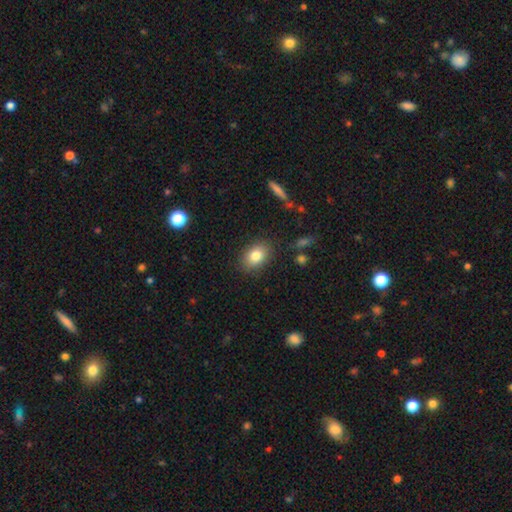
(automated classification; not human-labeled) smooth_or_featured: smooth (p=0.82) [alt: featured or disk p=0.09]
how_rounded: in between (p=0.78) [alt: round p=0.21]
merging: none (p=0.85) [alt: minor disturbance p=0.10]